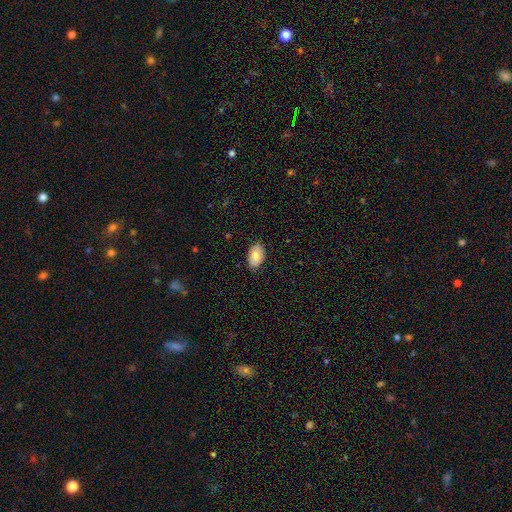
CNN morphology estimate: This is likely a smooth galaxy (74%). How rounded: clearly in between (92%). Merging: clearly none (85%).